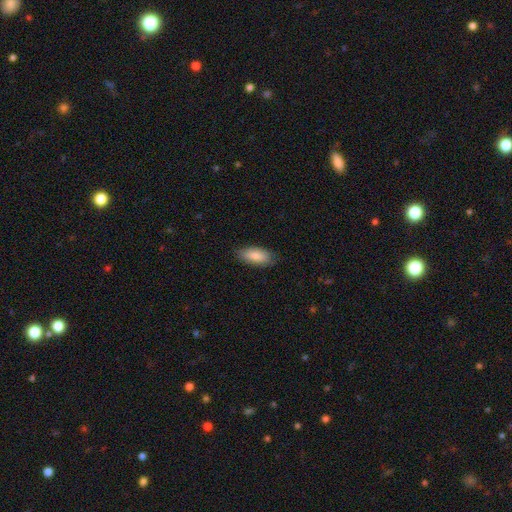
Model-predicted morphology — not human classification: Smooth or featured: smooth — 85% (featured or disk — 9%)
How rounded: in between — 86% (cigar-shaped — 12%)
Merging: none — 82% (minor disturbance — 14%)